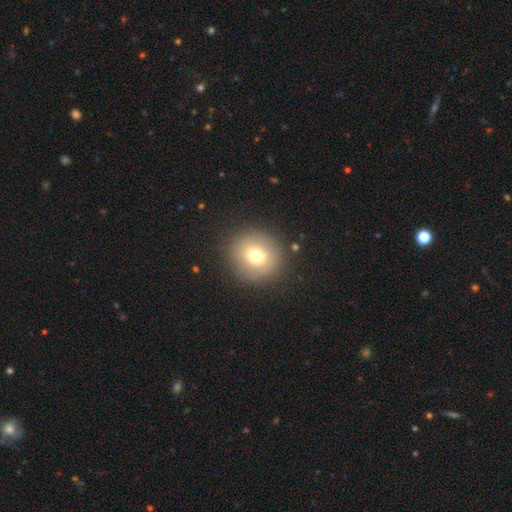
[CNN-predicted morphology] Smooth or featured?
  - smooth: 69% *
  - featured or disk: 18%
  - star or artifact: 13%
How rounded?
  - round: 92% *
  - in between: 7%
  - cigar-shaped: 1%
Merging?
  - none: 85% *
  - minor disturbance: 9%
  - major disturbance: 4%
  - merger: 1%